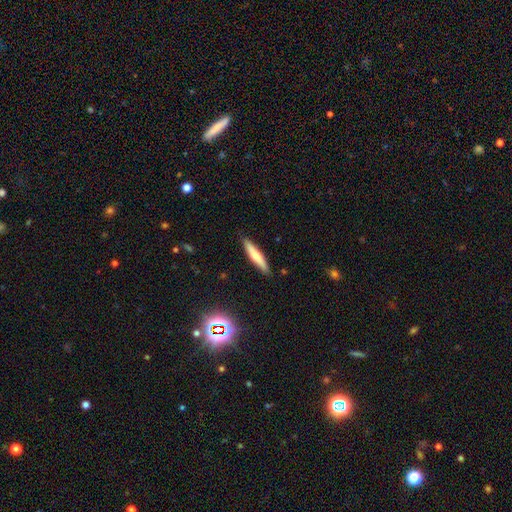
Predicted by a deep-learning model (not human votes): Morphology: type=smooth (60%); roundness=cigar-shaped (87%); merging=none (88%).